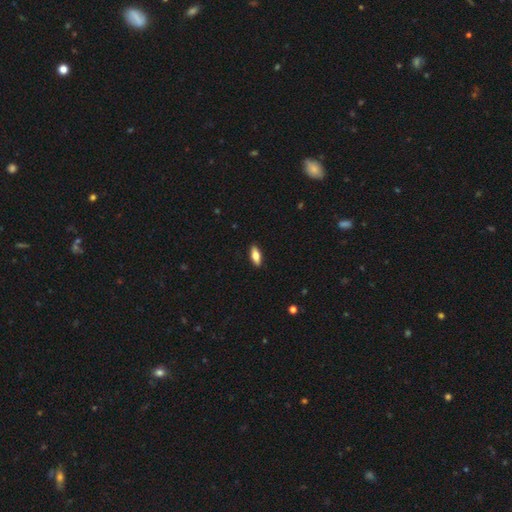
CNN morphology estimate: A smooth galaxy with no disk features (72%) that is in between round and cigar-shaped (73%).

Vote fractions:
- Smooth or featured? smooth: 72% / featured or disk: 21% / star or artifact: 6%
- How rounded? in between: 73% / cigar-shaped: 24% / round: 3%
- Merging? none: 90% / minor disturbance: 8% / major disturbance: 2% / merger: 1%